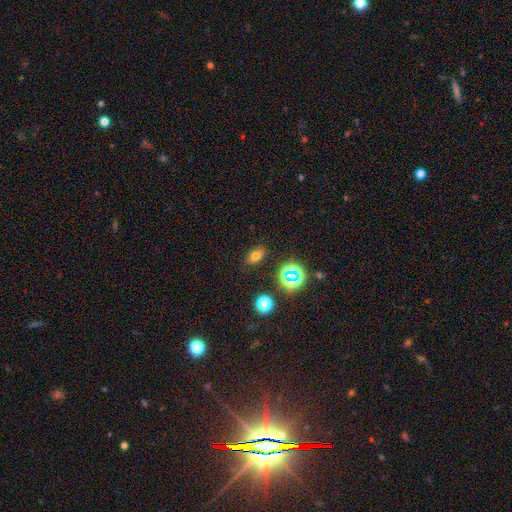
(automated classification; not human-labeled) Smooth or featured? Predicted: smooth (p=0.70). How rounded? Predicted: in between (p=0.77). Merging? Predicted: none (p=0.86).